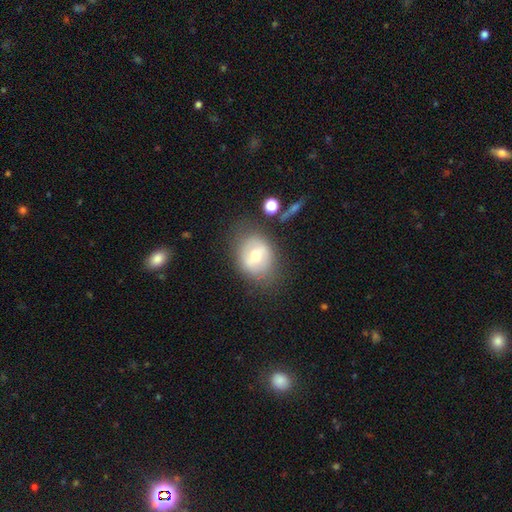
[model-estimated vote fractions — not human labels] Q: Smooth or featured?
A: smooth (53%); runner-up: featured or disk (38%)
Q: How rounded?
A: round (53%); runner-up: in between (46%)
Q: Merging?
A: none (69%); runner-up: minor disturbance (18%)